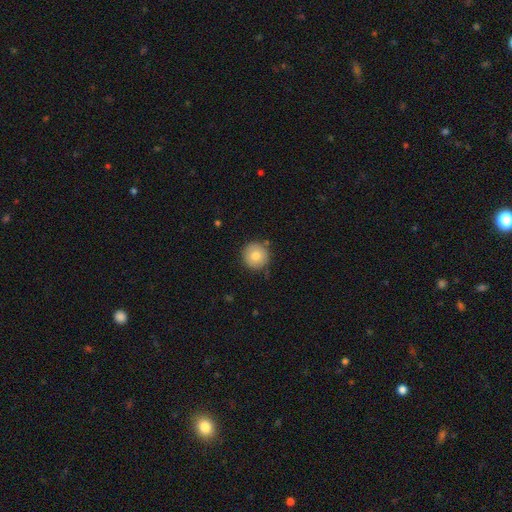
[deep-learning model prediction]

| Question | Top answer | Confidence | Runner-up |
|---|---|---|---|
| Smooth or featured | smooth | 78% | featured or disk (13%) |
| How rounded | round | 95% | in between (4%) |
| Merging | none | 84% | minor disturbance (11%) |